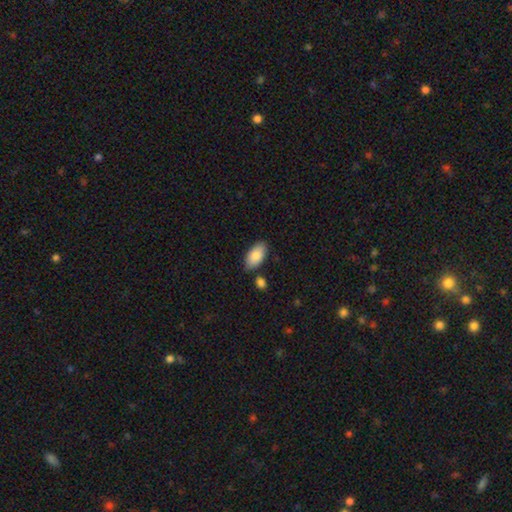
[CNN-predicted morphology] This appears to be a smooth galaxy with no disk features (85%) that is in between round and cigar-shaped (94%). Merging: none (79%).